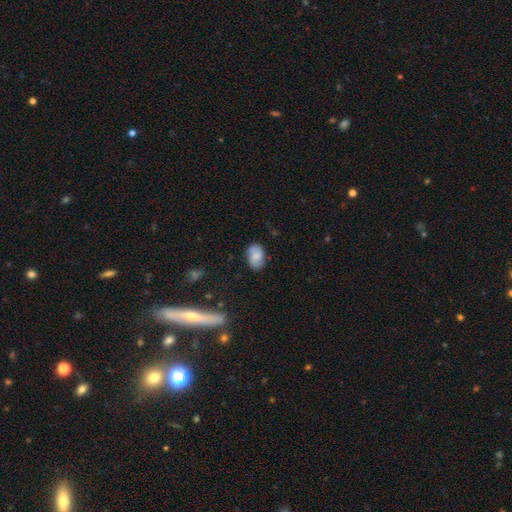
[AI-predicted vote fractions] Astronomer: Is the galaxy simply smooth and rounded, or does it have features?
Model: smooth — 68%.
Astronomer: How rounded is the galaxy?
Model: in between — 87%.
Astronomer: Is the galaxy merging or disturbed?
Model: none — 77%.